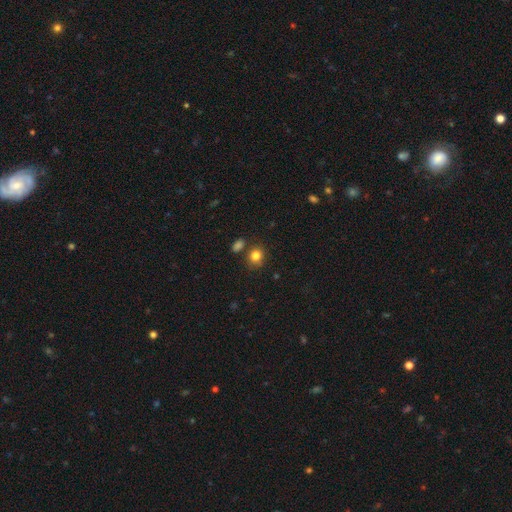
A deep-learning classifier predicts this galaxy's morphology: Smooth or featured? Predicted: smooth (p=0.82). How rounded? Predicted: round (p=0.67). Merging? Predicted: none (p=0.75).